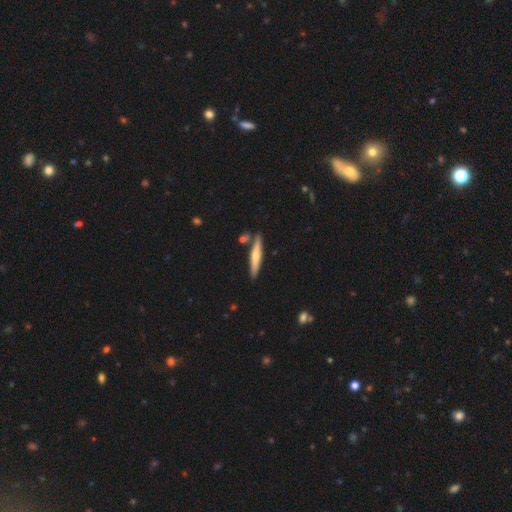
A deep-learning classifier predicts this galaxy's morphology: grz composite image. It shows a smooth galaxy with no disk features (51%) that is cigar-shaped (91%). Merging: none (83%).